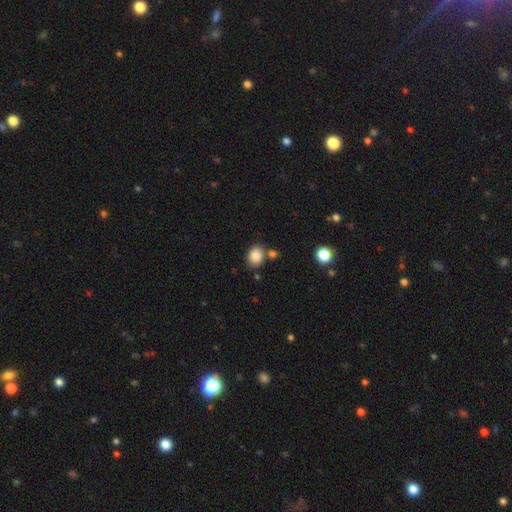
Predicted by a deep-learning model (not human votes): Smooth or featured?
  - smooth: 85% *
  - star or artifact: 9%
  - featured or disk: 6%
How rounded?
  - round: 51% *
  - in between: 48%
  - cigar-shaped: 1%
Merging?
  - none: 71% *
  - merger: 13%
  - minor disturbance: 12%
  - major disturbance: 3%